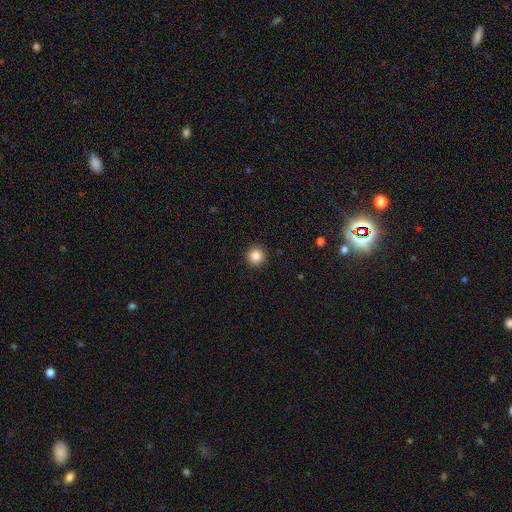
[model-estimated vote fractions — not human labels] Morphology: type=smooth (84%); roundness=round (95%); merging=none (93%).